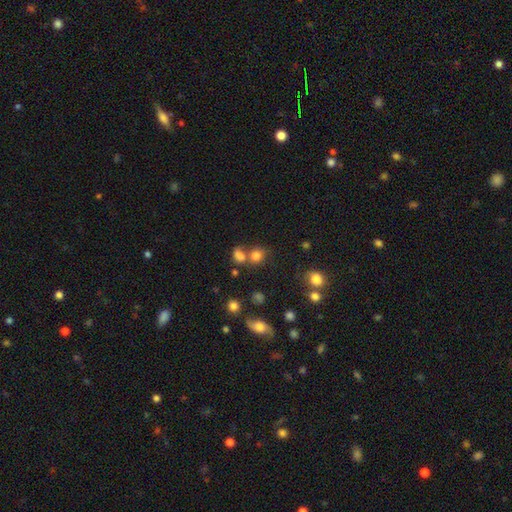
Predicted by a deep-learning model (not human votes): This appears to be a smooth galaxy with no disk features (78%) that is round (76%). Merging: none (55%).